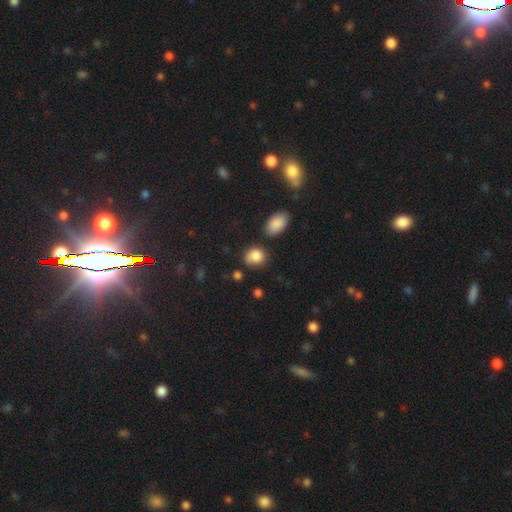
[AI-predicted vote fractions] smooth_or_featured: smooth (p=0.86) [alt: star or artifact p=0.09]
how_rounded: round (p=0.61) [alt: in between p=0.38]
merging: none (p=0.67) [alt: minor disturbance p=0.20]